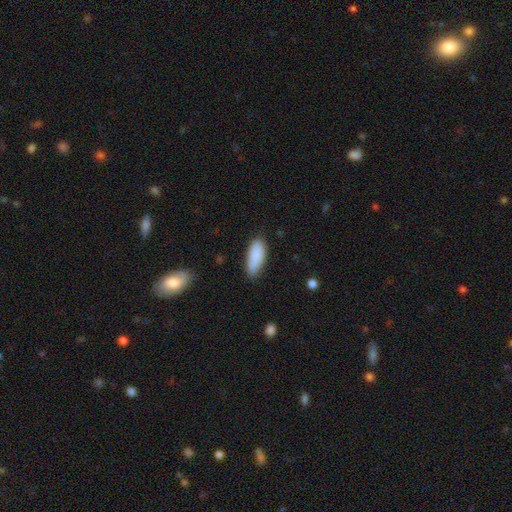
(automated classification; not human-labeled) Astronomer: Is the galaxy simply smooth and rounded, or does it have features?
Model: smooth — 88%.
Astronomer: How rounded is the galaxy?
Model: in between — 78%.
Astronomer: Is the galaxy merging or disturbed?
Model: none — 77%.